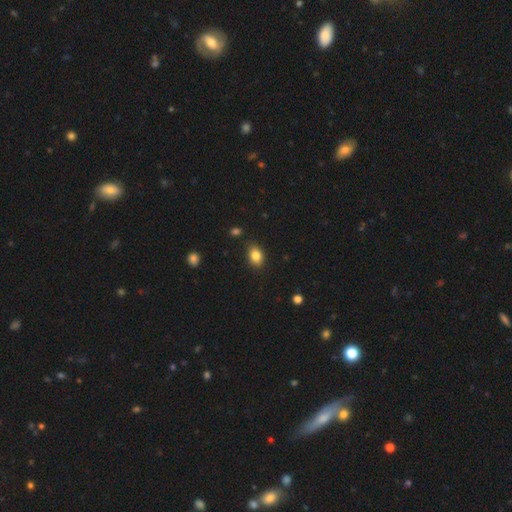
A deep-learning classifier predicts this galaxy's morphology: Smooth or featured: smooth — 84% (star or artifact — 9%)
How rounded: in between — 76% (round — 23%)
Merging: none — 85% (minor disturbance — 11%)